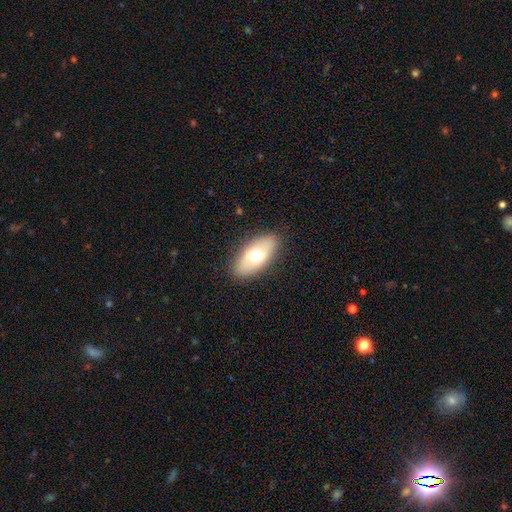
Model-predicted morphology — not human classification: Smooth or featured: smooth — 63% (featured or disk — 30%)
How rounded: in between — 89% (cigar-shaped — 6%)
Merging: none — 86% (minor disturbance — 10%)